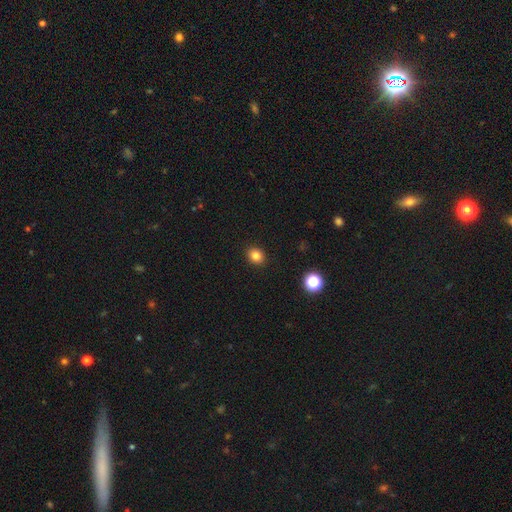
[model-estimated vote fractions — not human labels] The model was most divided on "how rounded": round: 64%, in between: 35%, cigar-shaped: 1%. More confident: merging — none (91%); smooth or featured — smooth (82%).